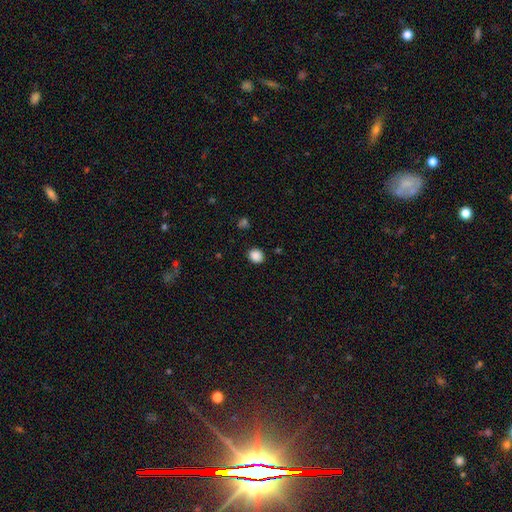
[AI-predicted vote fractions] Morphology: type=smooth (87%); roundness=round (73%); merging=none (88%).